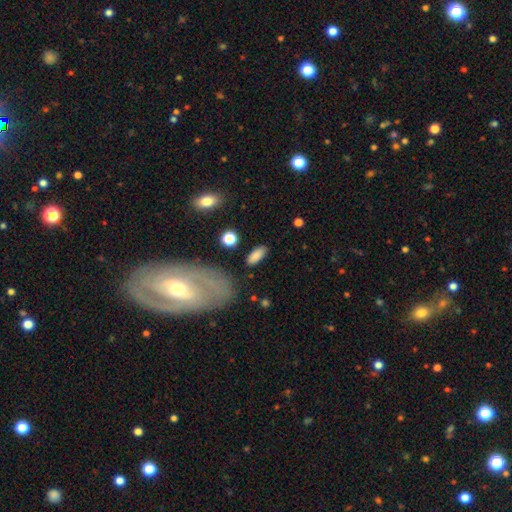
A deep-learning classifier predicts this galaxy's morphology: Smooth or featured?
  - smooth: 84% *
  - featured or disk: 8%
  - star or artifact: 8%
How rounded?
  - in between: 86% *
  - cigar-shaped: 10%
  - round: 4%
Merging?
  - none: 83% *
  - minor disturbance: 10%
  - major disturbance: 4%
  - merger: 3%